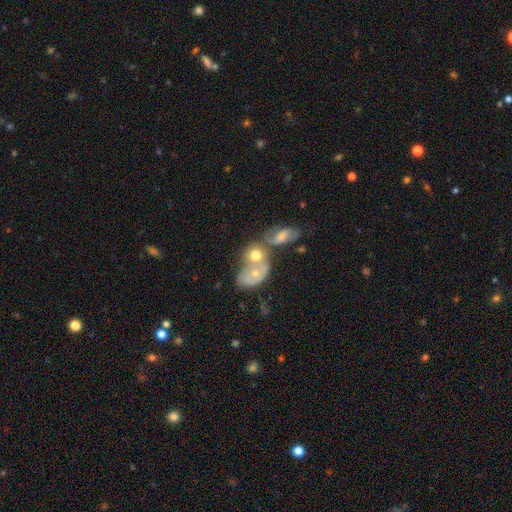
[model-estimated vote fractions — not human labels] smooth 53%, featured or disk 38%, star or artifact 9%. Down the decision tree: how rounded — in between (56%); merging — merger (62%).